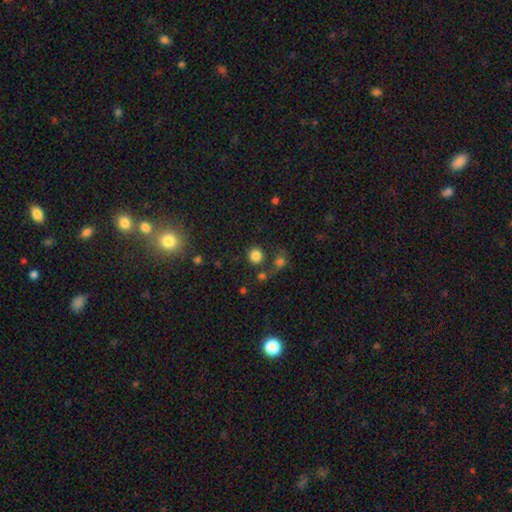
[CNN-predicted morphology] smooth 82%, star or artifact 12%, featured or disk 5%. Down the decision tree: how rounded — round (91%); merging — none (74%).